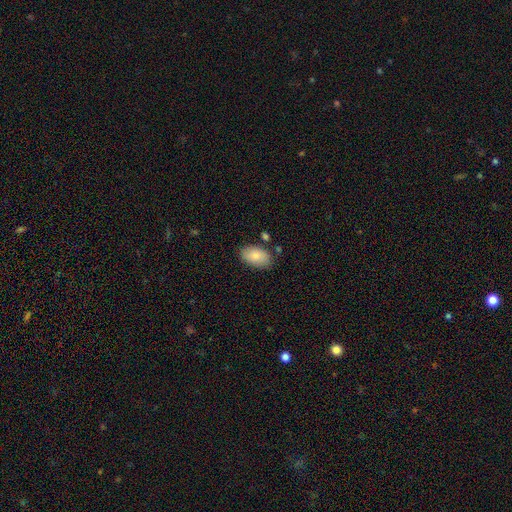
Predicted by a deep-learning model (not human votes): A smooth galaxy with no disk features (84%) that is in between round and cigar-shaped (92%).

Vote fractions:
- Smooth or featured? smooth: 84% / featured or disk: 9% / star or artifact: 6%
- How rounded? in between: 92% / round: 7% / cigar-shaped: 1%
- Merging? none: 79% / minor disturbance: 14% / merger: 4% / major disturbance: 3%